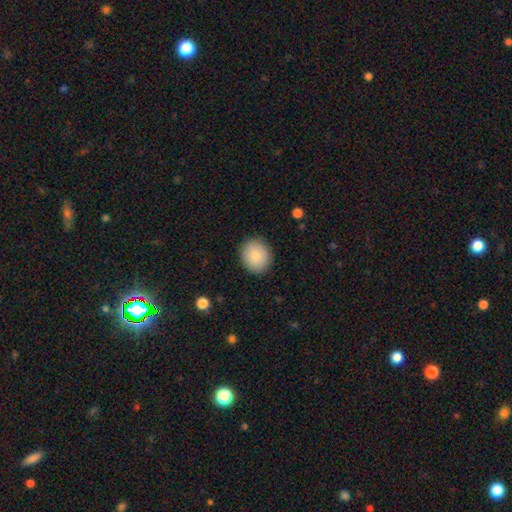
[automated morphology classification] A smooth galaxy with no disk features (86%) that is round (77%). Merging: none (89%).